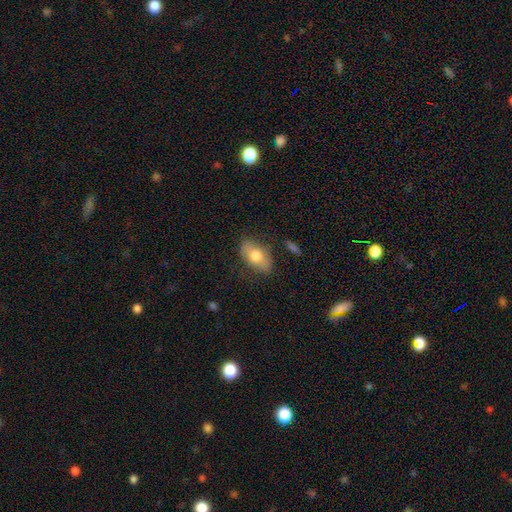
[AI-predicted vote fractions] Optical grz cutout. It shows a smooth galaxy with no disk features (69%) that is in between round and cigar-shaped (90%). Merging: none (75%).